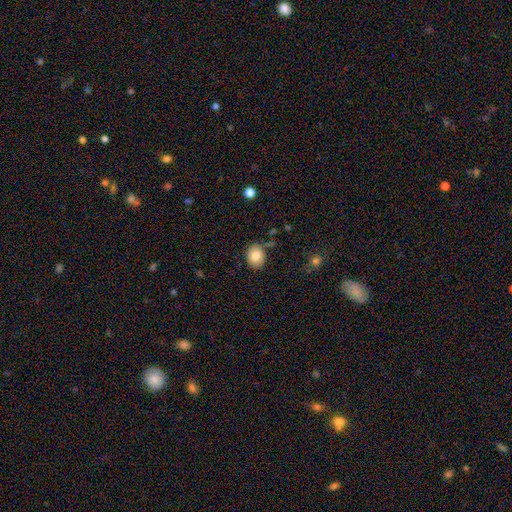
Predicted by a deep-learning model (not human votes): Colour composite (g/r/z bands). It shows a smooth galaxy with no disk features (84%) that is round (51%). Merging: none (81%).